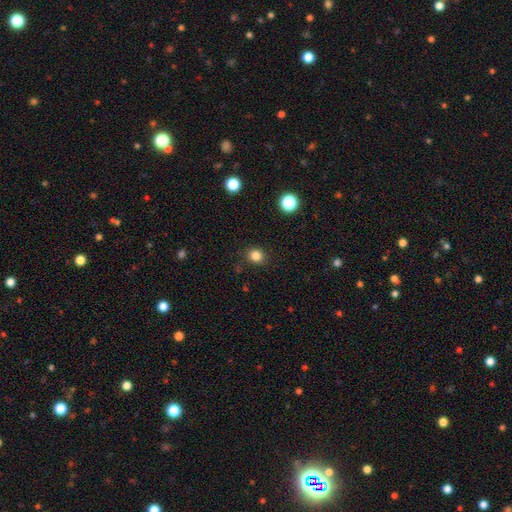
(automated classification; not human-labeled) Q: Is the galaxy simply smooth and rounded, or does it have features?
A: smooth — 83%.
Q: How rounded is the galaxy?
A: round — 77%.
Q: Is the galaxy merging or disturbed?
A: none — 87%.